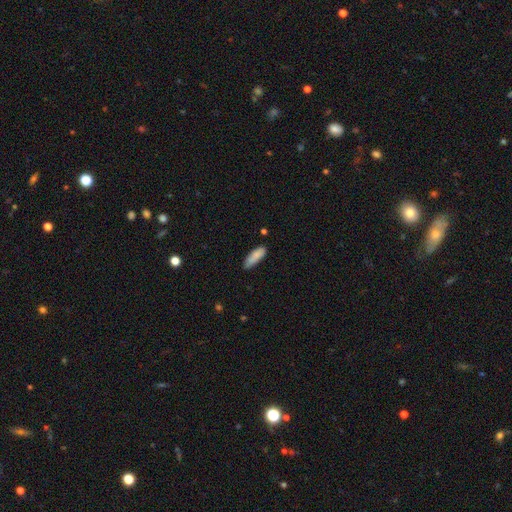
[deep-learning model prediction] This appears to be a smooth galaxy with no disk features (85%) that is in between round and cigar-shaped (52%). Merging: none (71%).